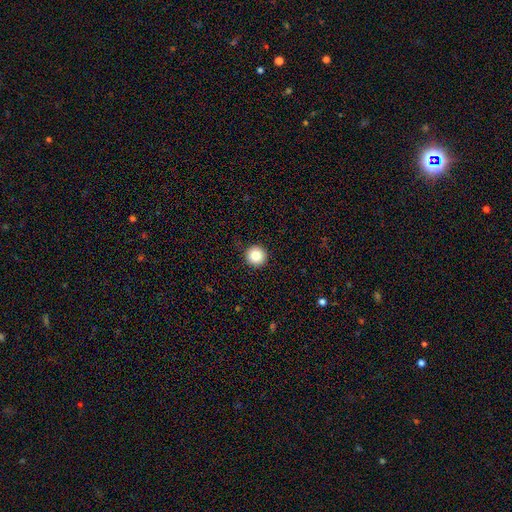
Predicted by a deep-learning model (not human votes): This appears to be a smooth galaxy with no disk features (84%) that is round (96%). Merging: none (92%).